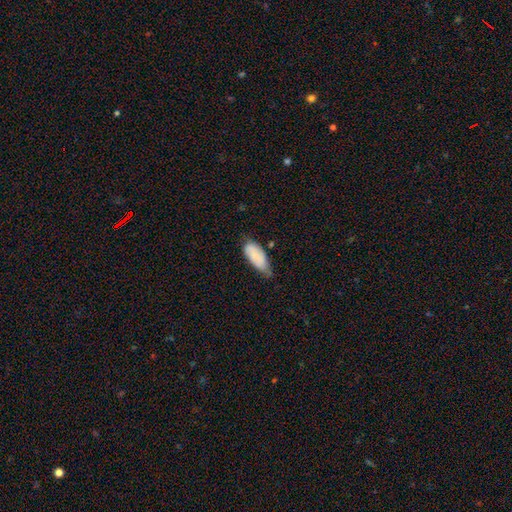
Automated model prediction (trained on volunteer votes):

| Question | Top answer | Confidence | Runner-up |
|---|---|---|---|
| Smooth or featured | smooth | 75% | featured or disk (18%) |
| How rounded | in between | 88% | cigar-shaped (10%) |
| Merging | minor disturbance | 47% | none (40%) |